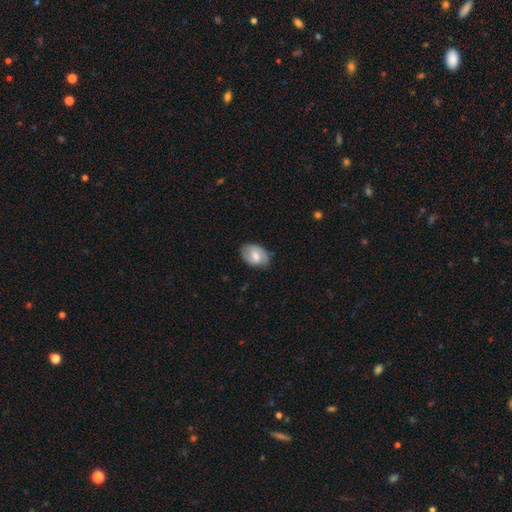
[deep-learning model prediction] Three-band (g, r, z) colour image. It shows a smooth galaxy with no disk features (56%) that is in between round and cigar-shaped (83%). Merging: none (73%).